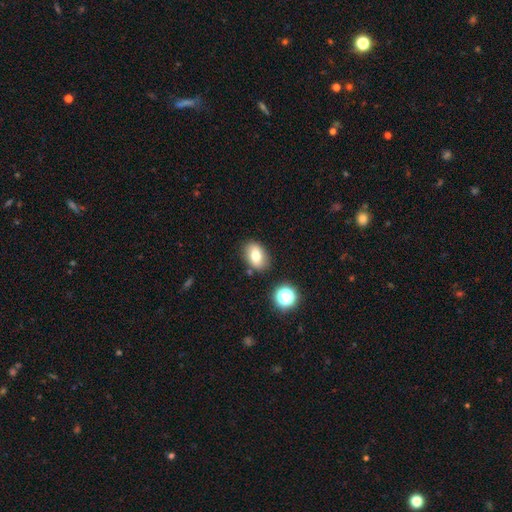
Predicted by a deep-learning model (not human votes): smooth-or-featured: smooth: 74% | featured or disk: 15% | star or artifact: 11%
  how-rounded: in between: 77% | round: 22% | cigar-shaped: 1%
  merging: none: 82% | minor disturbance: 11% | merger: 4% | major disturbance: 3%